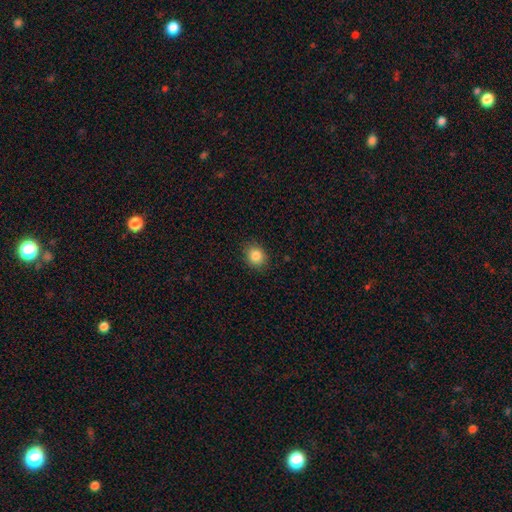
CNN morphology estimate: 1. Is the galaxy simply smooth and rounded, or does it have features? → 85% smooth, 10% star or artifact, 5% featured or disk.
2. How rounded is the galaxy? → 69% round, 30% in between, 1% cigar-shaped.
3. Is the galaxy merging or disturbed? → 88% none, 9% minor disturbance, 2% major disturbance, 1% merger.